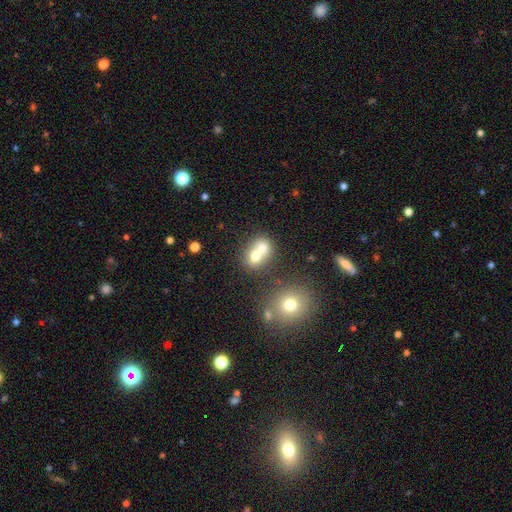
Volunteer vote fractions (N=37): smooth 81%, featured or disk 14%, star or artifact 5%. Down the decision tree: how rounded — round (63%); merging — merger (74%).